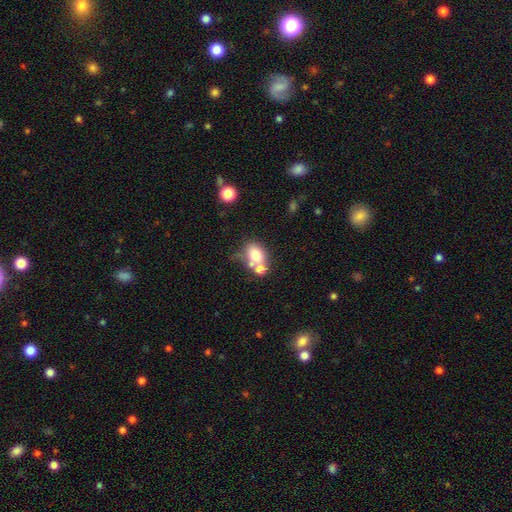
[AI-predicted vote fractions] Smooth or featured? Predicted: smooth (p=0.70). How rounded? Predicted: in between (p=0.57). Merging? Predicted: merger (p=0.45).